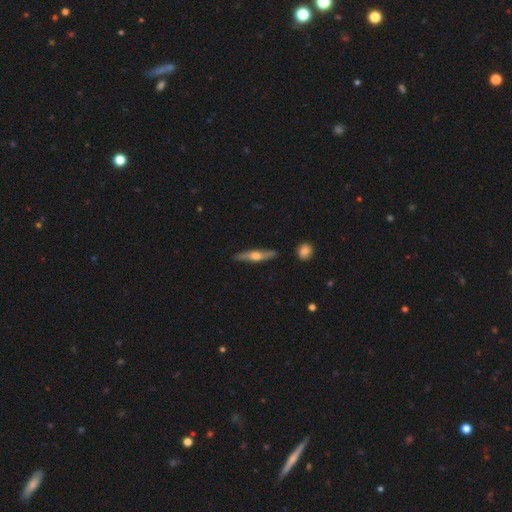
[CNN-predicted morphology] The model was most divided on "smooth or featured": featured or disk: 58%, smooth: 36%, star or artifact: 6%. More confident: edge-on disk — yes (91%); edge-on bulge — rounded (90%); merging — none (86%).